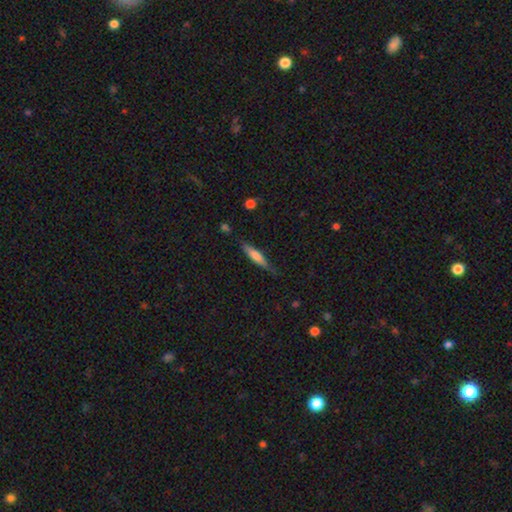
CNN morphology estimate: Overall: smooth (60%; featured or disk 33%). How rounded: cigar-shaped (82%). Merging: none (74%).